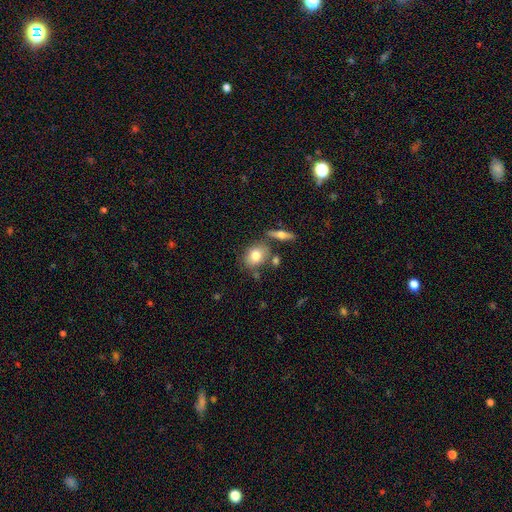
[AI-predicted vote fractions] smooth 75%, featured or disk 17%, star or artifact 8%. Down the decision tree: how rounded — in between (62%); merging — none (66%).